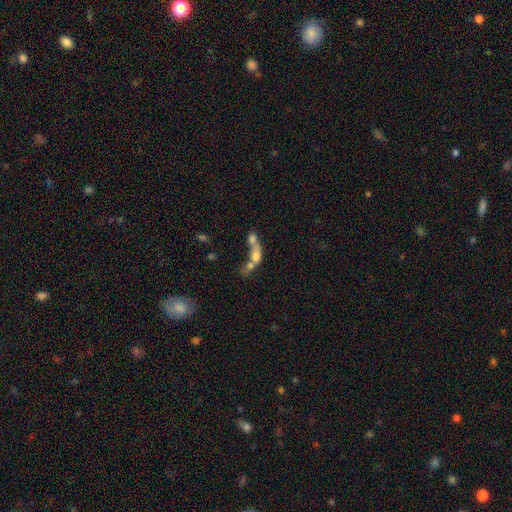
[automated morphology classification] This is possibly a smooth galaxy (56%). How rounded: possibly in between (56%). Merging: likely merger (71%).